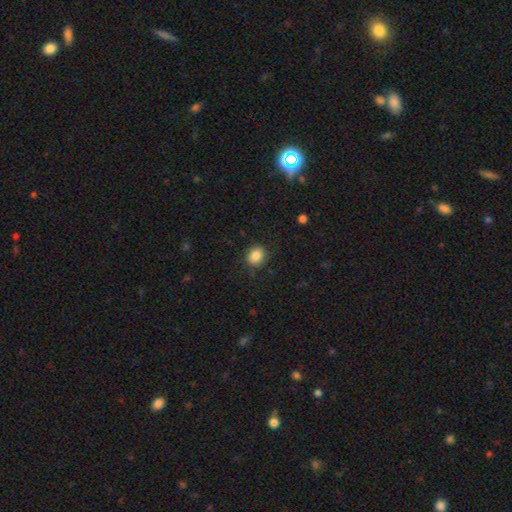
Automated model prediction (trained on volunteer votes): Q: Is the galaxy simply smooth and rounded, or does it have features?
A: smooth — 87%.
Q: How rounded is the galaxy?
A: round — 64%.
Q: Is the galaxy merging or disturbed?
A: none — 85%.